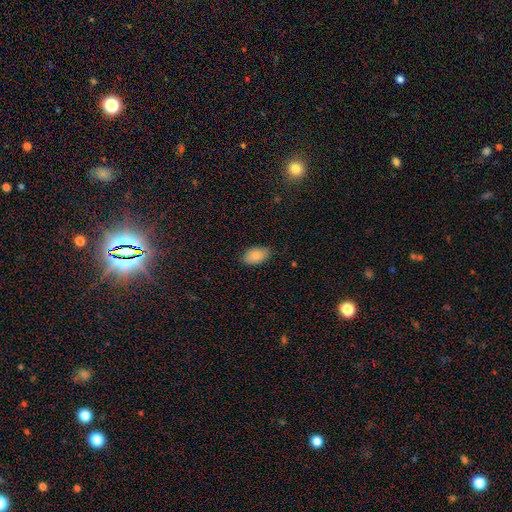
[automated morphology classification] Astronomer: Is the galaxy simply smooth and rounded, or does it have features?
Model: smooth — 83%.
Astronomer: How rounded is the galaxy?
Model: in between — 93%.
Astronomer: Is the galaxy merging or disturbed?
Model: none — 83%.